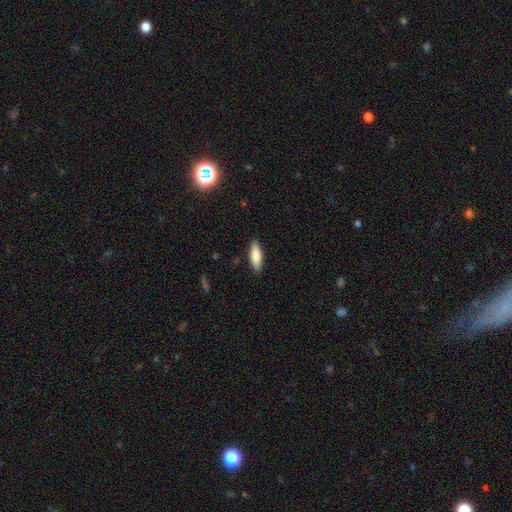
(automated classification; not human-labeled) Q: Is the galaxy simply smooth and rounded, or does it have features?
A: smooth — 83%.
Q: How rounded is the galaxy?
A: in between — 57%.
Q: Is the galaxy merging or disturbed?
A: none — 87%.